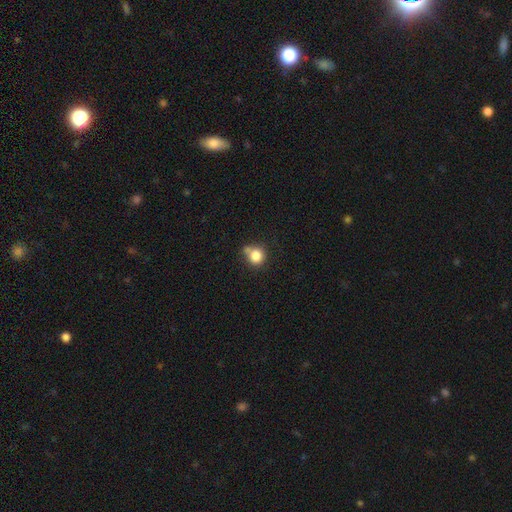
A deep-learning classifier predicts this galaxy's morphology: smooth 82%, star or artifact 11%, featured or disk 7%. Down the decision tree: how rounded — round (85%); merging — none (55%).